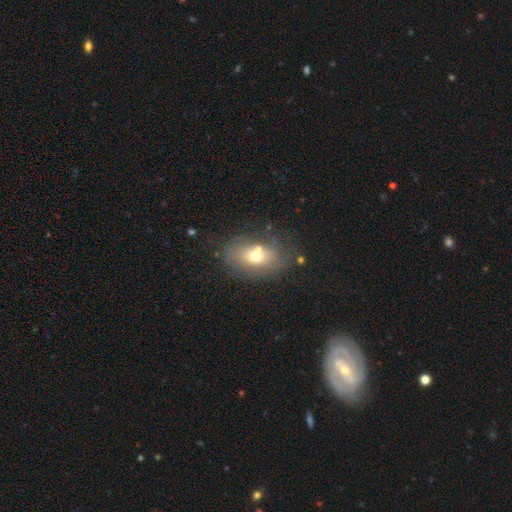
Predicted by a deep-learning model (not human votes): This appears to be a smooth galaxy with no disk features (64%) that is in between round and cigar-shaped (78%). Merging: none (58%).